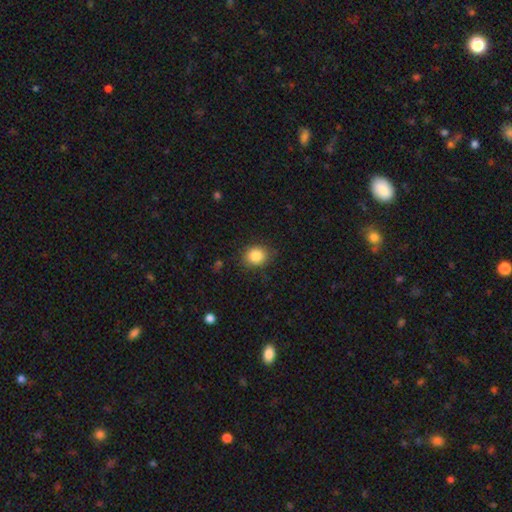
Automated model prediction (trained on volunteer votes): smooth-or-featured: smooth: 86% | star or artifact: 9% | featured or disk: 5%
  how-rounded: round: 65% | in between: 34% | cigar-shaped: 1%
  merging: none: 83% | minor disturbance: 12% | major disturbance: 3% | merger: 1%